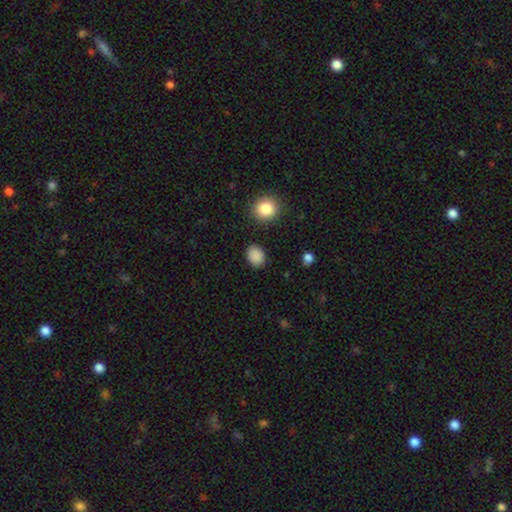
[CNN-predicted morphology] The model was most divided on "how rounded": in between: 55%, round: 44%, cigar-shaped: 1%. More confident: smooth or featured — smooth (88%); merging — none (86%).